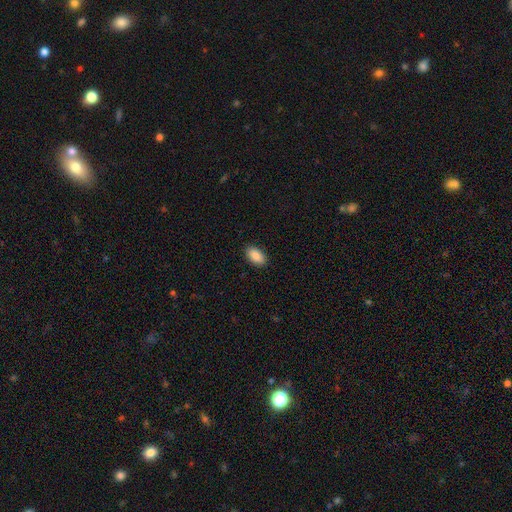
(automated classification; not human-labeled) Overall: smooth (89%). How rounded: in between (94%). Merging: none (90%).